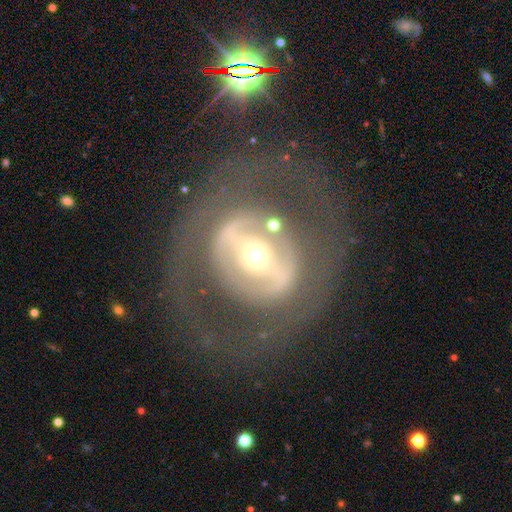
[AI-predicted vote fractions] Smooth or featured?
  - featured or disk: 74% *
  - smooth: 18%
  - star or artifact: 8%
Edge-on disk?
  - no: 93% *
  - yes: 7%
Bar?
  - strong: 47% *
  - weak: 27%
  - no: 27%
Spiral arms?
  - no: 72% *
  - yes: 28%
Bulge size?
  - moderate: 46% *
  - small: 45%
  - large: 6%
  - dominant: 2%
  - none: 1%
Merging?
  - none: 72% *
  - major disturbance: 15%
  - minor disturbance: 11%
  - merger: 2%